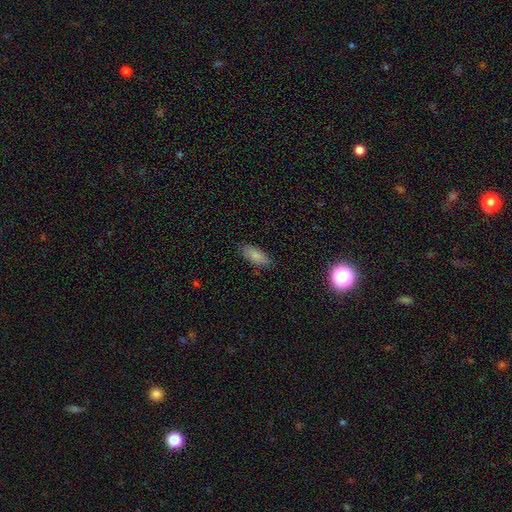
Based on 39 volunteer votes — smooth_or_featured: smooth (p=0.90) [alt: featured or disk p=0.05]
how_rounded: in between (p=0.86) [alt: cigar-shaped p=0.14]
merging: none (p=0.89) [alt: minor disturbance p=0.08]